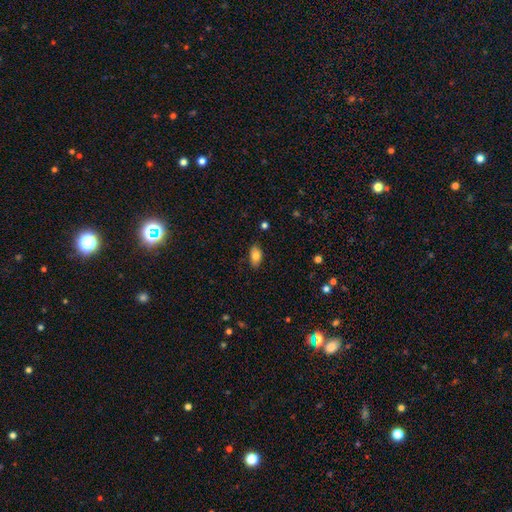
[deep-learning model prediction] Morphology: type=smooth (80%); roundness=in between (91%); merging=none (83%).